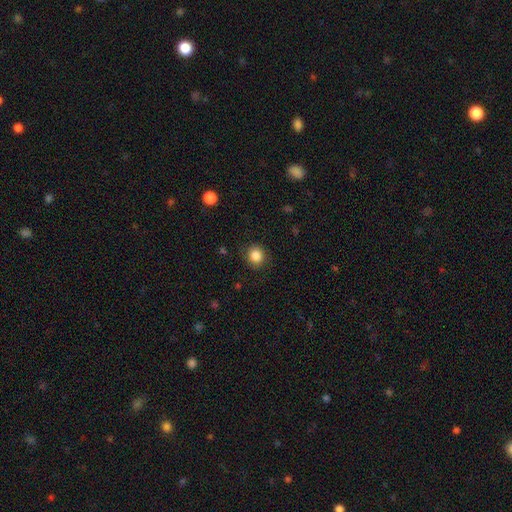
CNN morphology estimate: Q: Smooth or featured?
A: smooth (85%); runner-up: star or artifact (10%)
Q: How rounded?
A: round (81%); runner-up: in between (18%)
Q: Merging?
A: none (86%); runner-up: minor disturbance (10%)